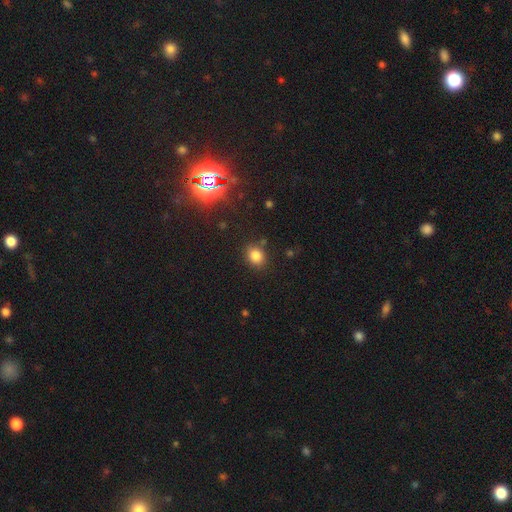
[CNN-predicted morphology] The model was most divided on "how rounded": round: 56%, in between: 43%, cigar-shaped: 1%. More confident: smooth or featured — smooth (81%); merging — none (80%).